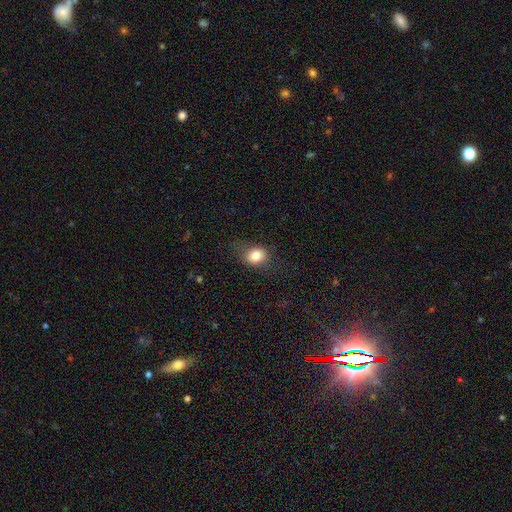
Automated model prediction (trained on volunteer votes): A smooth galaxy with no disk features (81%) that is in between round and cigar-shaped (55%). Merging: none (65%).